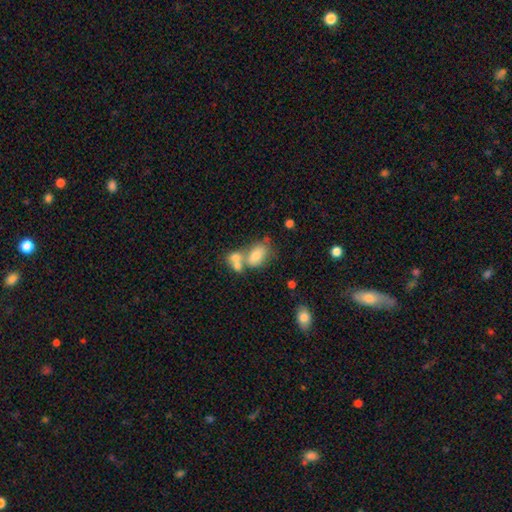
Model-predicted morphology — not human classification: Smooth or featured?
  - smooth: 71% *
  - featured or disk: 19%
  - star or artifact: 10%
How rounded?
  - in between: 82% *
  - round: 16%
  - cigar-shaped: 2%
Merging?
  - merger: 52% *
  - none: 31%
  - minor disturbance: 11%
  - major disturbance: 6%